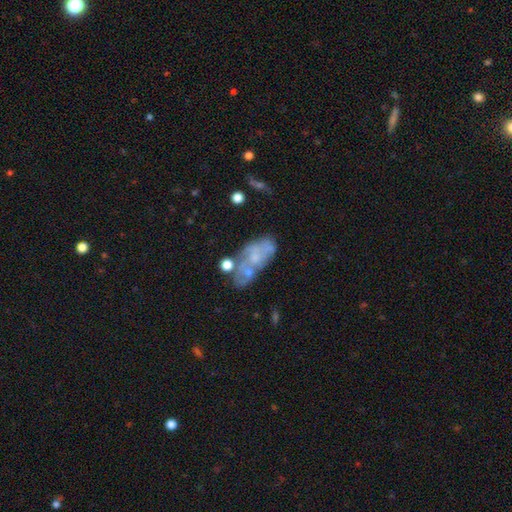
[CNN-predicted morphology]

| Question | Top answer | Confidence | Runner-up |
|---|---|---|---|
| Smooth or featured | featured or disk | 58% | smooth (31%) |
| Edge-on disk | no | 93% | yes (7%) |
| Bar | no | 83% | weak (14%) |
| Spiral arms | no | 69% | yes (31%) |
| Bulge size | small | 51% | none (25%) |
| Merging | none | 40% | merger (23%) |